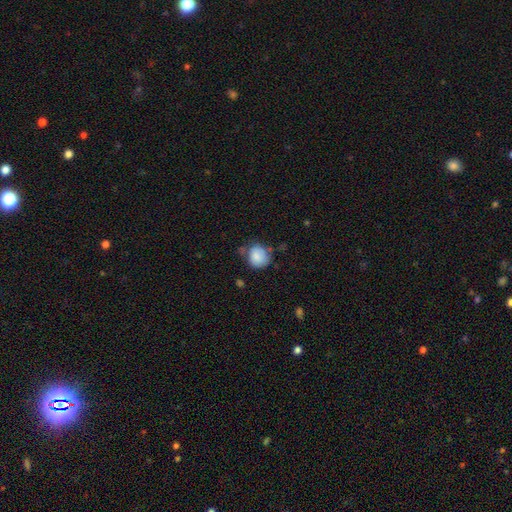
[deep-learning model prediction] smooth_or_featured: smooth (p=0.84) [alt: featured or disk p=0.08]
how_rounded: round (p=0.76) [alt: in between p=0.23]
merging: none (p=0.59) [alt: minor disturbance p=0.27]